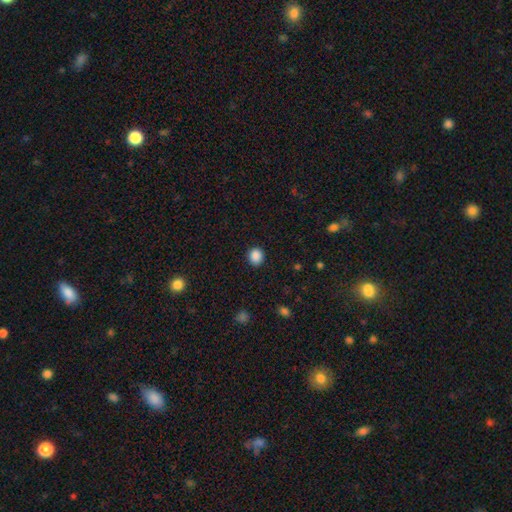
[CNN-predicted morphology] smooth 88%, star or artifact 10%, featured or disk 3%. Down the decision tree: how rounded — round (81%); merging — none (90%).